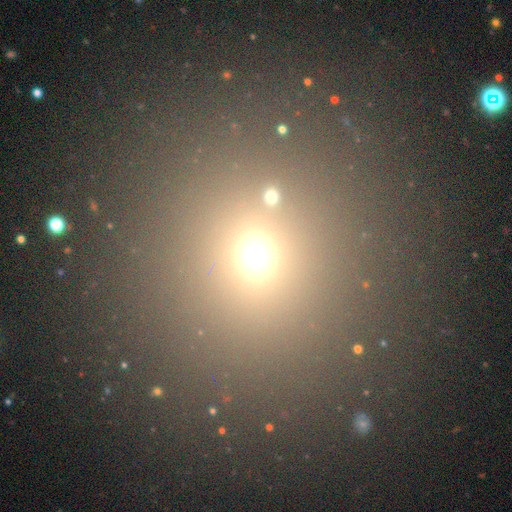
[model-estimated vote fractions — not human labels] Morphology: type=smooth (61%); roundness=round (82%); merging=none (82%).